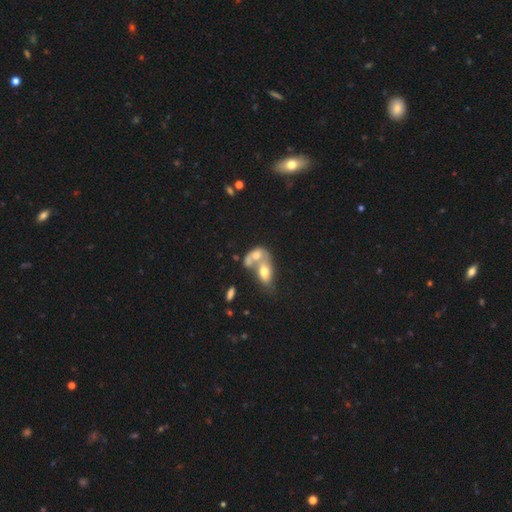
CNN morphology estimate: Smooth or featured? smooth (57%)
How rounded? in between (82%)
Merging? merger (77%)